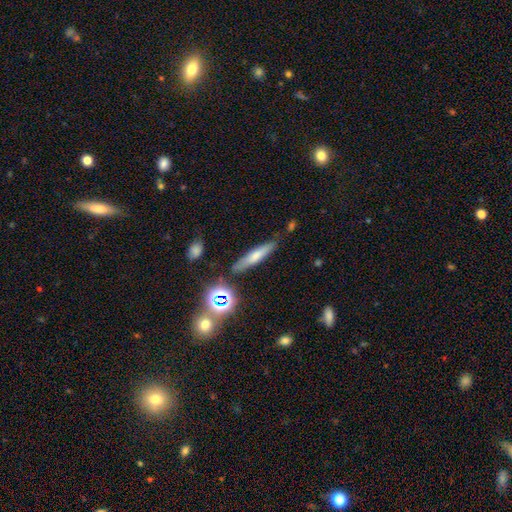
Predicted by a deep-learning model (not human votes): A smooth galaxy with no disk features (61%) that is cigar-shaped (85%). Merging: none (81%).